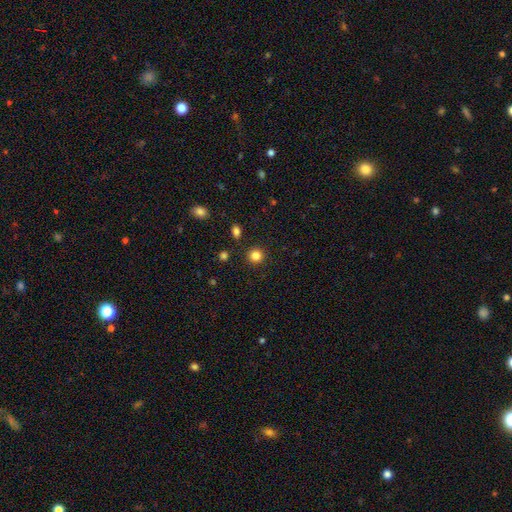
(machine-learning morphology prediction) Overall: smooth (84%). How rounded: round (93%). Merging: none (91%).